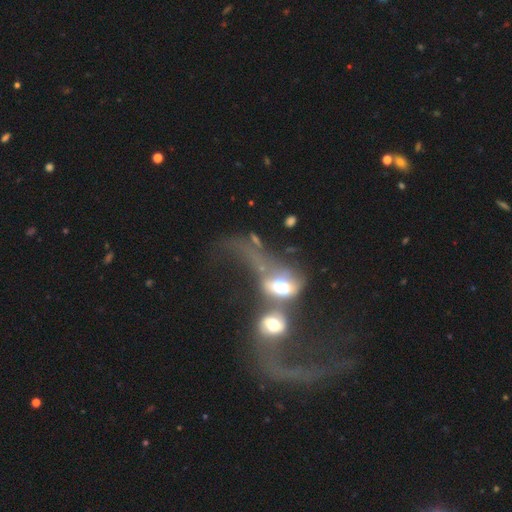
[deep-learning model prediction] Q: Smooth or featured?
A: featured or disk (66%); runner-up: smooth (23%)
Q: Edge-on disk?
A: no (94%); runner-up: yes (6%)
Q: Bar?
A: no (61%); runner-up: weak (27%)
Q: Spiral arms?
A: yes (66%); runner-up: no (34%)
Q: Bulge size?
A: moderate (49%); runner-up: large (21%)
Q: Merging?
A: merger (73%); runner-up: major disturbance (16%)